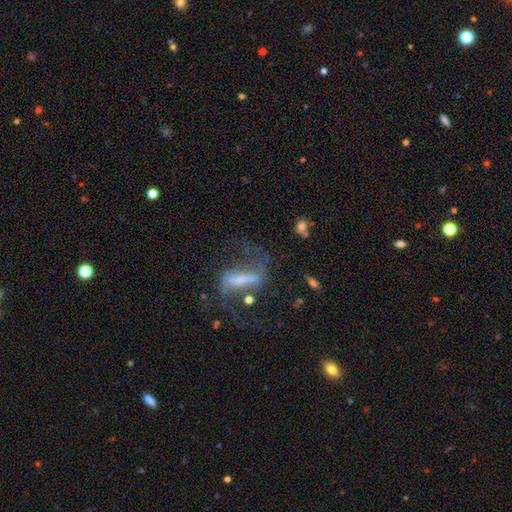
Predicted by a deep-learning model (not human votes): Smooth or featured? Predicted: featured or disk (p=0.68). Edge-on disk? Predicted: no (p=0.79). Bar? Predicted: strong (p=0.63). Spiral arms? Predicted: yes (p=0.80). Bulge size? Predicted: small (p=0.36). Merging? Predicted: none (p=0.58).